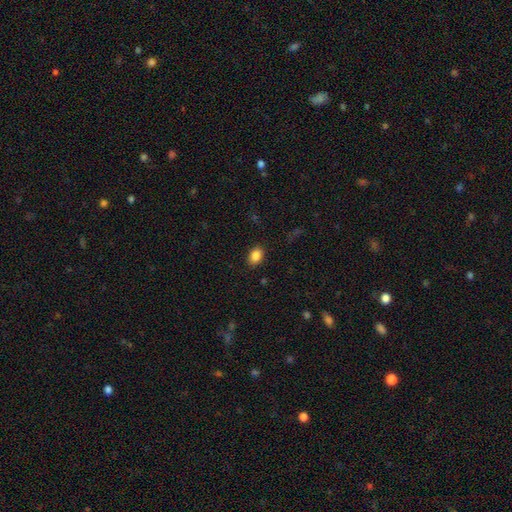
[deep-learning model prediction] This appears to be a smooth galaxy with no disk features (86%) that is in between round and cigar-shaped (79%). Merging: none (87%).